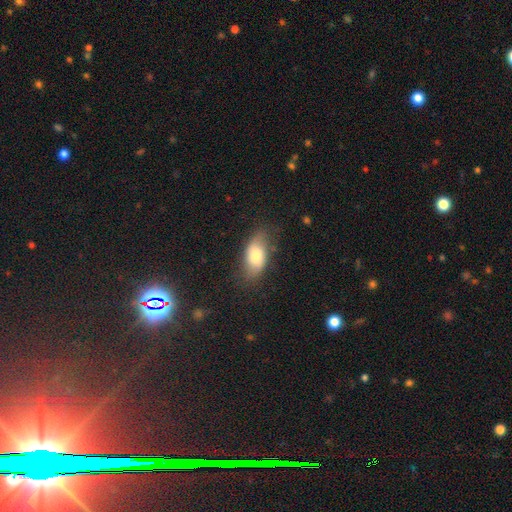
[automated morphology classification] This appears to be a smooth galaxy with no disk features (72%) that is in between round and cigar-shaped (90%). Merging: none (71%).